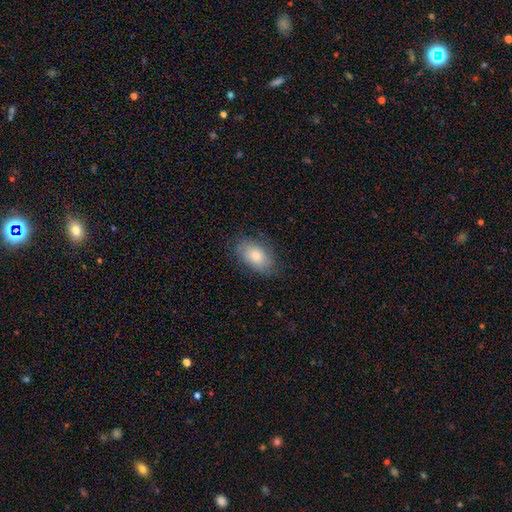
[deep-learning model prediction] Q: Smooth or featured?
A: smooth (75%); runner-up: featured or disk (18%)
Q: How rounded?
A: in between (90%); runner-up: round (9%)
Q: Merging?
A: none (76%); runner-up: minor disturbance (17%)